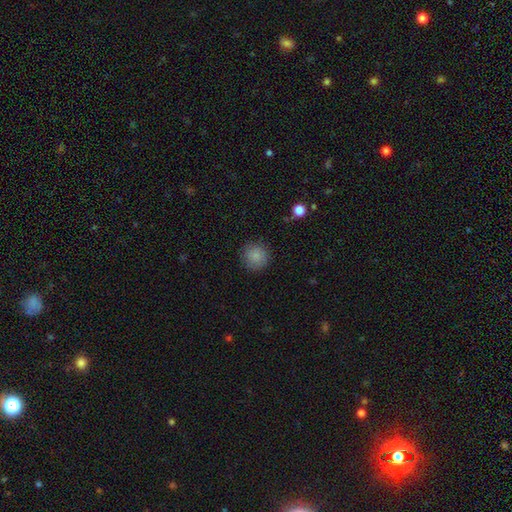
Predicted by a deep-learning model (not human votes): Morphology: type=smooth (86%); roundness=round (94%); merging=none (88%).